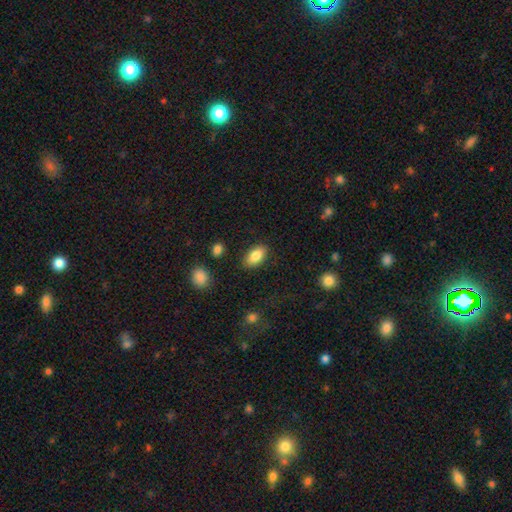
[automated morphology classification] Smooth or featured? Predicted: smooth (p=0.84). How rounded? Predicted: in between (p=0.92). Merging? Predicted: none (p=0.85).